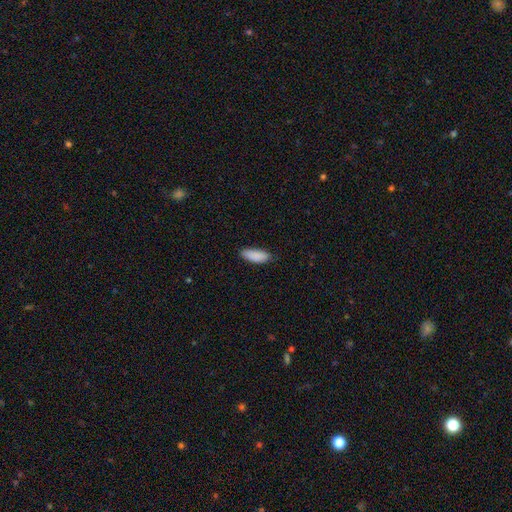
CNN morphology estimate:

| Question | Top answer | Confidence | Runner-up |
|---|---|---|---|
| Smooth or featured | smooth | 89% | star or artifact (6%) |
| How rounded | in between | 71% | cigar-shaped (27%) |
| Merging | none | 83% | minor disturbance (14%) |